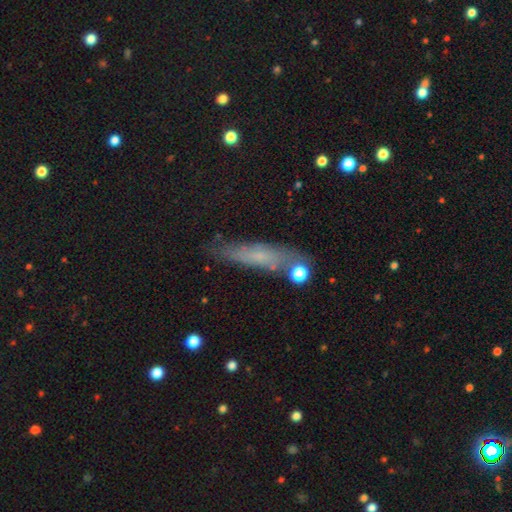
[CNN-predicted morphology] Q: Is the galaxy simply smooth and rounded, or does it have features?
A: smooth — 54%.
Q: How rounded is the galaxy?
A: cigar-shaped — 77%.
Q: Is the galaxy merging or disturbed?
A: none — 72%.